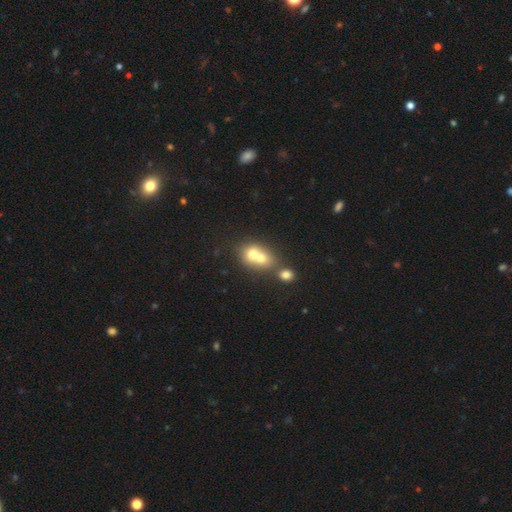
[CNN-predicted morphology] A smooth galaxy with no disk features (67%) that is round (59%).

Vote fractions:
- Smooth or featured? smooth: 67% / featured or disk: 22% / star or artifact: 11%
- How rounded? round: 59% / in between: 40% / cigar-shaped: 1%
- Merging? merger: 71% / none: 21% / minor disturbance: 5% / major disturbance: 3%